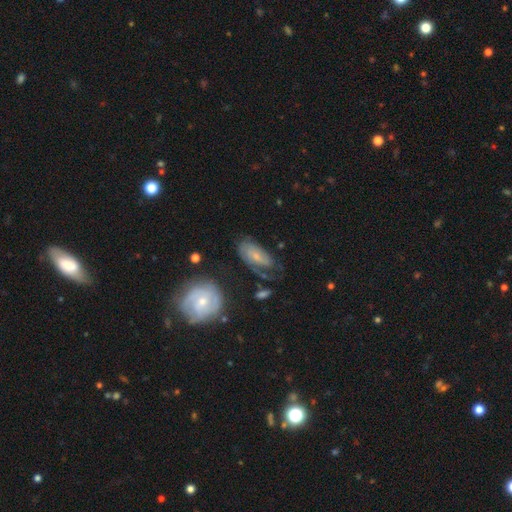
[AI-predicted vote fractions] smooth-or-featured: featured or disk: 56% | smooth: 36% | star or artifact: 8%
  disk-edge-on: no: 92% | yes: 8%
    bar: no: 65% | weak: 29% | strong: 6%
    has-spiral-arms: yes: 79% | no: 21%
    bulge-size: small: 65% | moderate: 27% | none: 5% | large: 2% | dominant: 1%
  merging: none: 53% | minor disturbance: 26% | major disturbance: 17% | merger: 5%